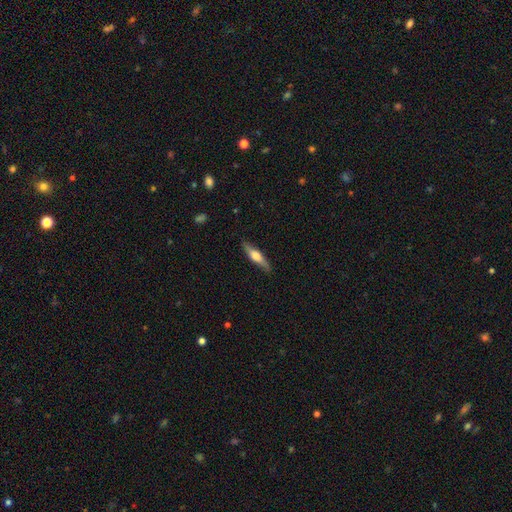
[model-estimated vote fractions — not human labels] A featured or disk galaxy (51%) viewed edge-on (92%).

Vote fractions:
- Smooth or featured? featured or disk: 51% / smooth: 44% / star or artifact: 5%
- Edge-on disk? yes: 92% / no: 8%
- Merging? none: 87% / minor disturbance: 10% / major disturbance: 2% / merger: 1%